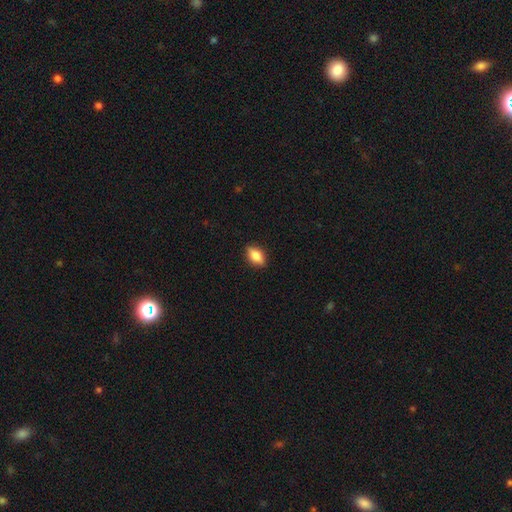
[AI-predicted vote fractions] smooth_or_featured: smooth (p=0.76) [alt: featured or disk p=0.17]
how_rounded: in between (p=0.85) [alt: round p=0.08]
merging: none (p=0.87) [alt: minor disturbance p=0.10]